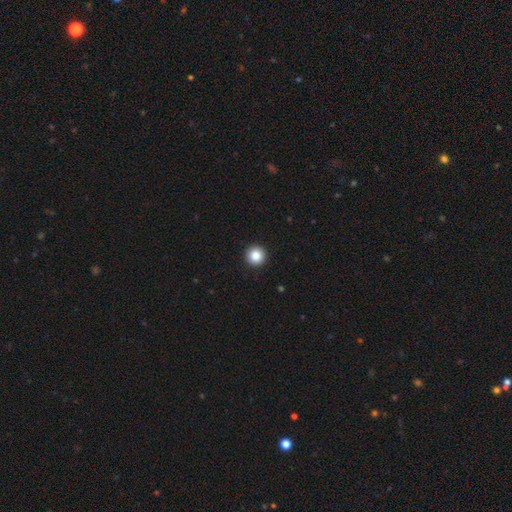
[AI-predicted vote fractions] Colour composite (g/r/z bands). It shows a smooth galaxy with no disk features (87%) that is round (96%). Merging: none (94%).